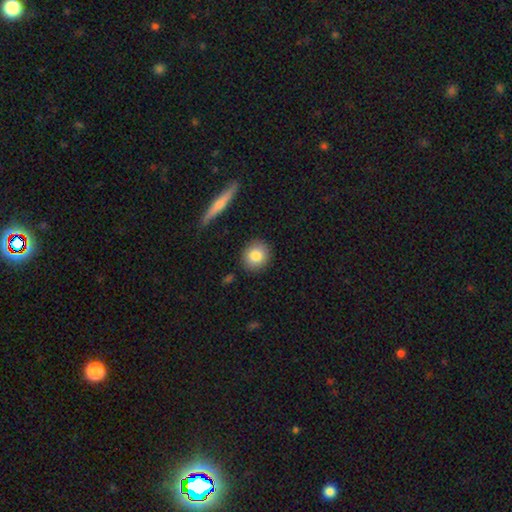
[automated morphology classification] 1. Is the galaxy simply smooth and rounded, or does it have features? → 83% smooth, 9% featured or disk, 8% star or artifact.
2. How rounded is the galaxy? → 86% round, 12% in between, 2% cigar-shaped.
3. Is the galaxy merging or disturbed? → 89% none, 7% minor disturbance, 2% major disturbance, 2% merger.